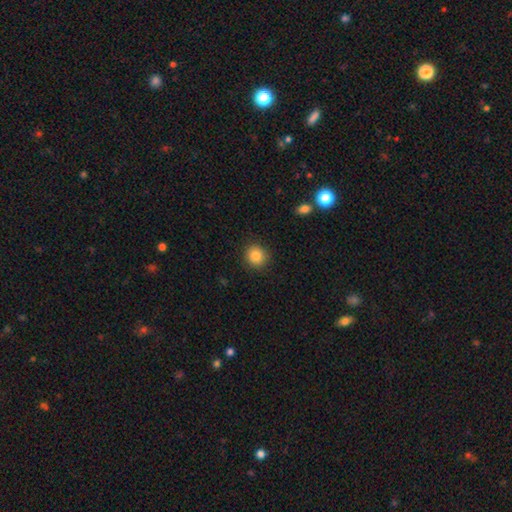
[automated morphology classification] The model was most divided on "smooth or featured": smooth: 84%, star or artifact: 10%, featured or disk: 6%. More confident: merging — none (90%); how rounded — round (88%).